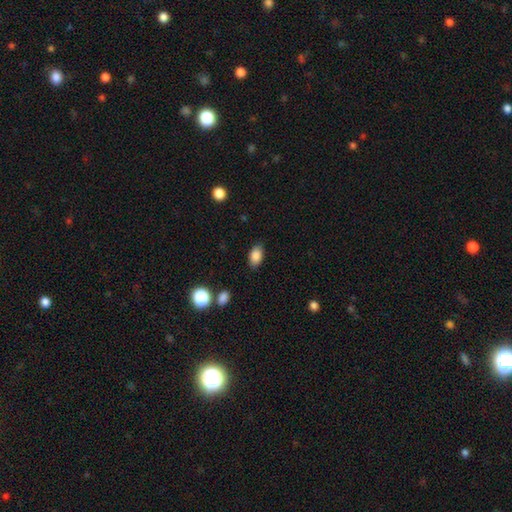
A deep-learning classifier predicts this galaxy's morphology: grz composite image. It shows a smooth galaxy with no disk features (86%) that is in between round and cigar-shaped (89%). Merging: none (86%).